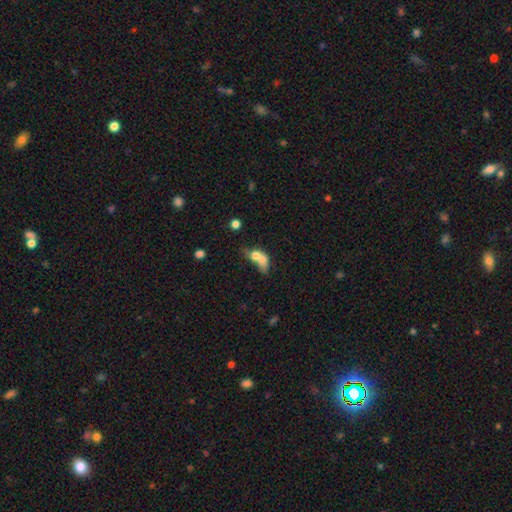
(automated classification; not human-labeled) Q: Smooth or featured?
A: smooth (65%); runner-up: featured or disk (24%)
Q: How rounded?
A: in between (59%); runner-up: round (34%)
Q: Merging?
A: merger (68%); runner-up: none (14%)